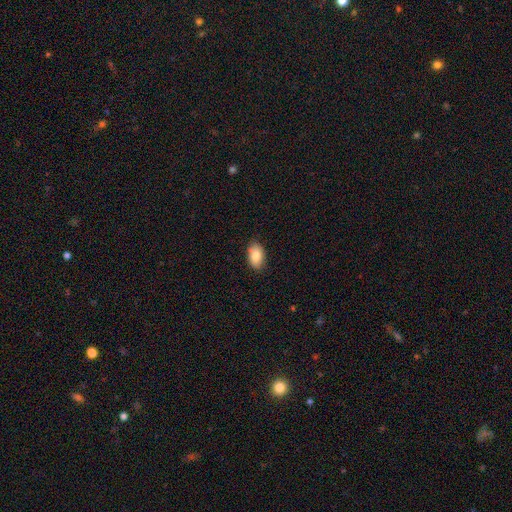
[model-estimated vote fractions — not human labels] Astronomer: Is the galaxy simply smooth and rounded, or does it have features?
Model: smooth — 84%.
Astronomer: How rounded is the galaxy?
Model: in between — 91%.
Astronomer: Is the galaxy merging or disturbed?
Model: none — 85%.